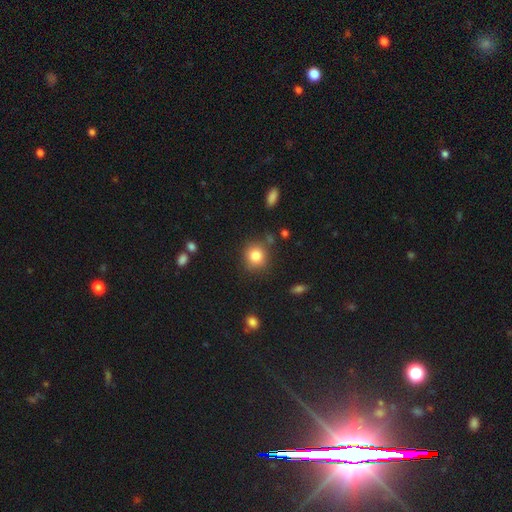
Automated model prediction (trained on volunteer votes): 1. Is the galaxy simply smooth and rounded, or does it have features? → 83% smooth, 10% star or artifact, 6% featured or disk.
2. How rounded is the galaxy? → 86% round, 13% in between, 1% cigar-shaped.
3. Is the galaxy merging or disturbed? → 82% none, 11% minor disturbance, 4% merger, 3% major disturbance.